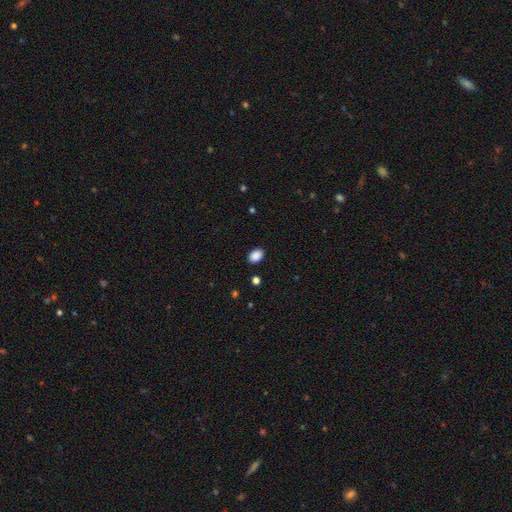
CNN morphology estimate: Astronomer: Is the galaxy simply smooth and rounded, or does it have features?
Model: smooth — 89%.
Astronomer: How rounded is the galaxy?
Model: in between — 81%.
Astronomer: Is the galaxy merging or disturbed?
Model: none — 89%.